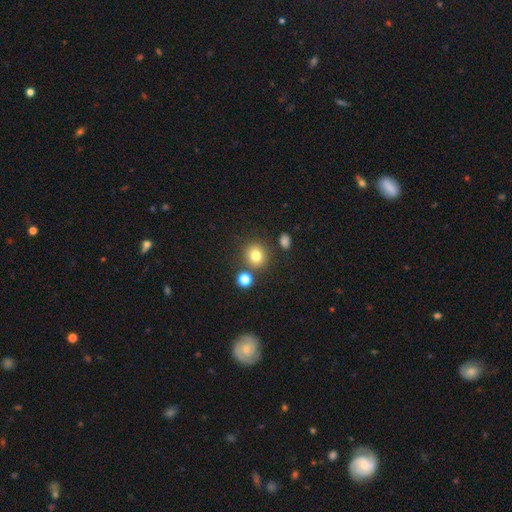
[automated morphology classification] The model was most divided on "smooth or featured": smooth: 79%, star or artifact: 13%, featured or disk: 8%. More confident: how rounded — round (86%); merging — none (79%).